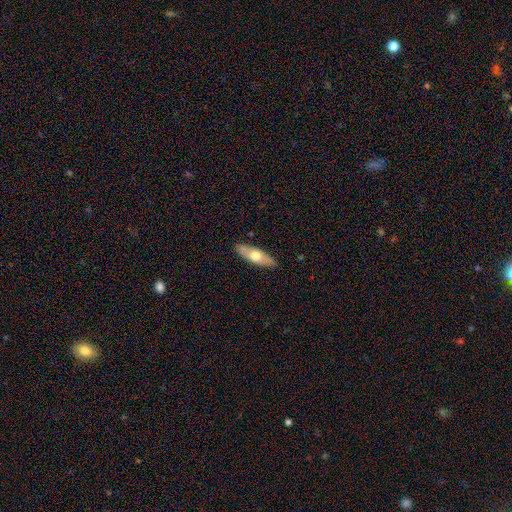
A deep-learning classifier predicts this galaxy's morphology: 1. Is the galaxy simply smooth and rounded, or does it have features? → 59% smooth, 36% featured or disk, 5% star or artifact.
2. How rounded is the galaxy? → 65% in between, 33% cigar-shaped, 3% round.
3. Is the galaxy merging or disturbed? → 88% none, 9% minor disturbance, 2% major disturbance, 1% merger.